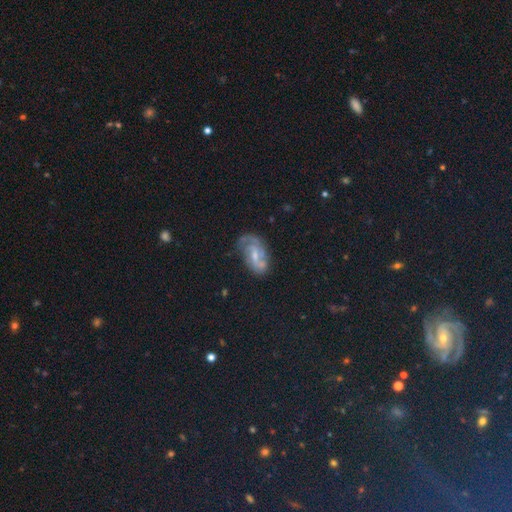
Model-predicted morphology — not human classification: A featured or disk galaxy (58%) with a weak bar (49%), spiral arms (84%) and a small central bulge (49%).

Vote fractions:
- Smooth or featured? featured or disk: 58% / star or artifact: 21% / smooth: 21%
- Edge-on disk? no: 95% / yes: 5%
- Bar? weak: 49% / no: 35% / strong: 15%
- Spiral arms? yes: 84% / no: 16%
- Bulge size? small: 49% / moderate: 38% / none: 7% / large: 4% / dominant: 2%
- Merging? none: 63% / minor disturbance: 21% / major disturbance: 11% / merger: 5%